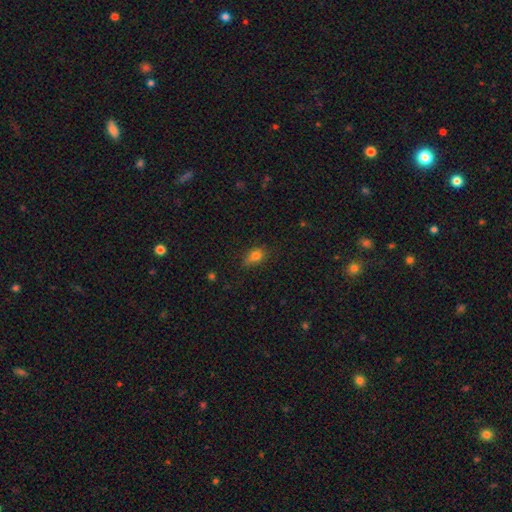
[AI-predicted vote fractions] A smooth galaxy with no disk features (75%) that is in between round and cigar-shaped (71%).

Vote fractions:
- Smooth or featured? smooth: 75% / star or artifact: 14% / featured or disk: 11%
- How rounded? in between: 71% / round: 24% / cigar-shaped: 4%
- Merging? none: 62% / minor disturbance: 28% / major disturbance: 8% / merger: 2%